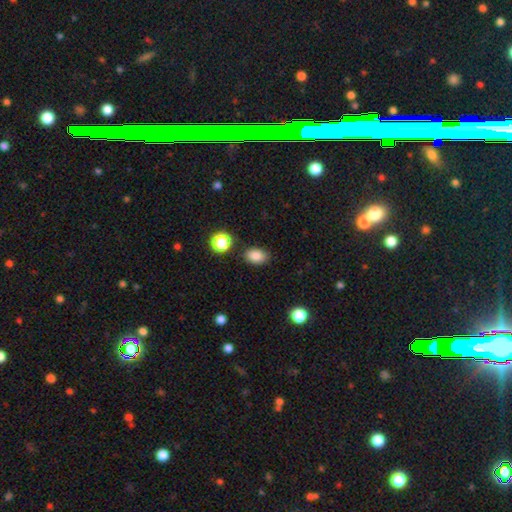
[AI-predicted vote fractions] A smooth galaxy with no disk features (85%) that is in between round and cigar-shaped (79%). Merging: none (83%).